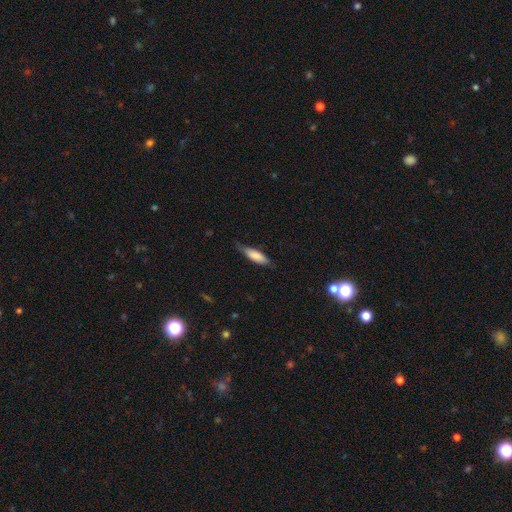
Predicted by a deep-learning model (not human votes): This appears to be a smooth galaxy with no disk features (79%) that is in between round and cigar-shaped (51%). Merging: none (69%).